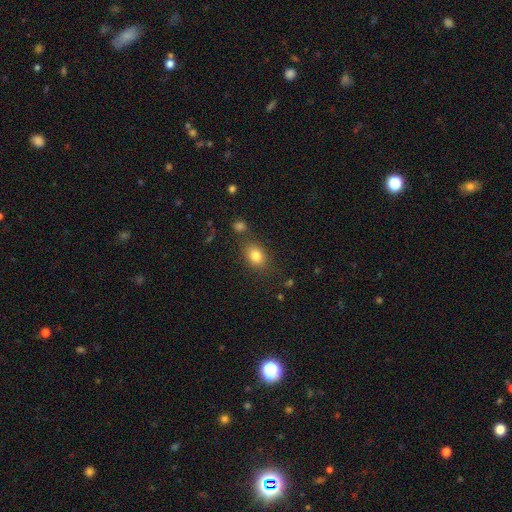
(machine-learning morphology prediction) smooth_or_featured: smooth (p=0.81) [alt: star or artifact p=0.11]
how_rounded: in between (p=0.67) [alt: round p=0.32]
merging: none (p=0.76) [alt: minor disturbance p=0.13]